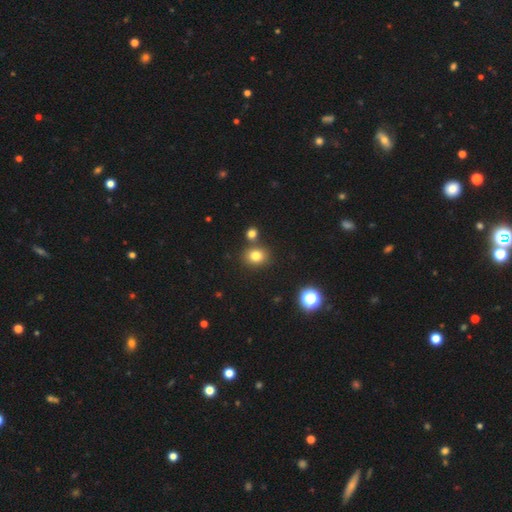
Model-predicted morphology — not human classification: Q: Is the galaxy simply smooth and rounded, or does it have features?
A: smooth — 78%.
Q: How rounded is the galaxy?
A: round — 67%.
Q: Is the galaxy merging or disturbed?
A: none — 75%.